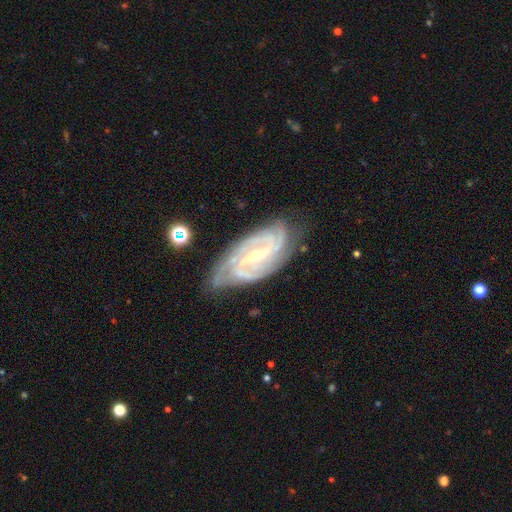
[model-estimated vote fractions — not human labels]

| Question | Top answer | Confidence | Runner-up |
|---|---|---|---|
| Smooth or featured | featured or disk | 91% | star or artifact (5%) |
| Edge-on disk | no | 95% | yes (5%) |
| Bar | weak | 43% | strong (35%) |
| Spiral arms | yes | 98% | no (2%) |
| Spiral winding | tight | 60% | medium (34%) |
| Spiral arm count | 3 | 30% | 2 (23%) |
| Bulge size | small | 64% | moderate (33%) |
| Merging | none | 73% | minor disturbance (20%) |